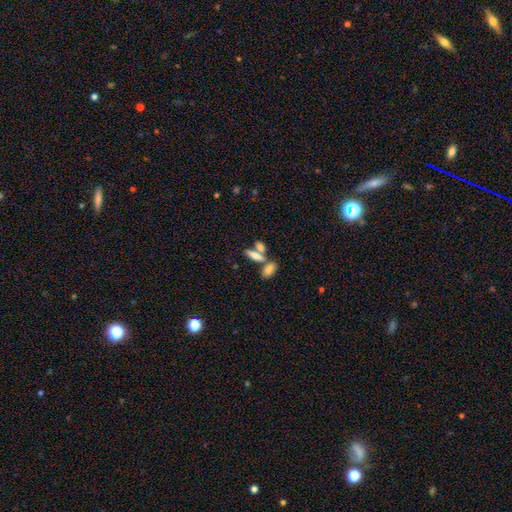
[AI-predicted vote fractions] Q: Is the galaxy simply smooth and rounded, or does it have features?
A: smooth — 74%.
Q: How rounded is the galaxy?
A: in between — 66%.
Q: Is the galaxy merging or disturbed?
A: merger — 44%.